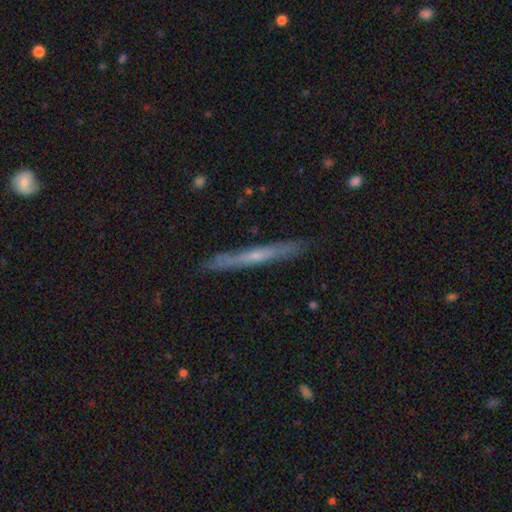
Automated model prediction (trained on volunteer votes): This appears to be a featured or disk galaxy (55%) viewed edge-on (94%) with no central bulge (60%). Merging: none (87%).